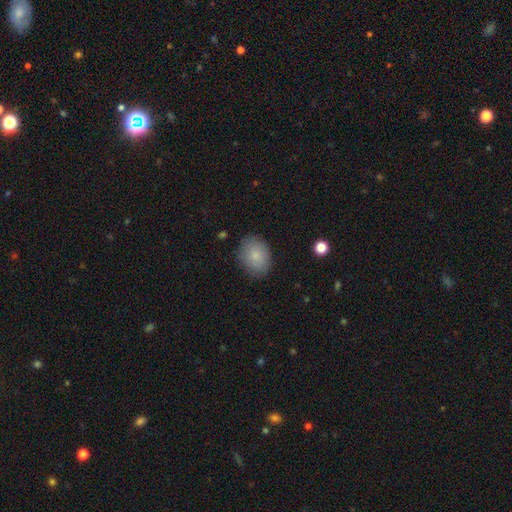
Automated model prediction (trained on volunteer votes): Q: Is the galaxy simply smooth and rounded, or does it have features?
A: smooth — 84%.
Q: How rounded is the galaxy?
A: in between — 64%.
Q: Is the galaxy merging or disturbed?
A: none — 83%.